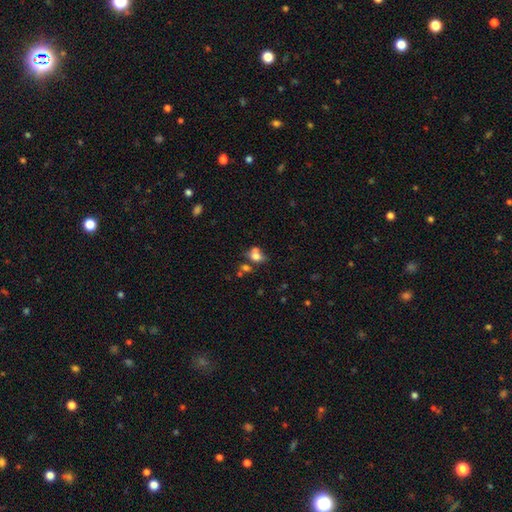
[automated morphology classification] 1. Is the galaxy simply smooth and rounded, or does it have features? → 69% smooth, 18% featured or disk, 13% star or artifact.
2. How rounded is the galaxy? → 58% in between, 40% round, 2% cigar-shaped.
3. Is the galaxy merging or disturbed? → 35% none, 34% merger, 19% minor disturbance, 12% major disturbance.